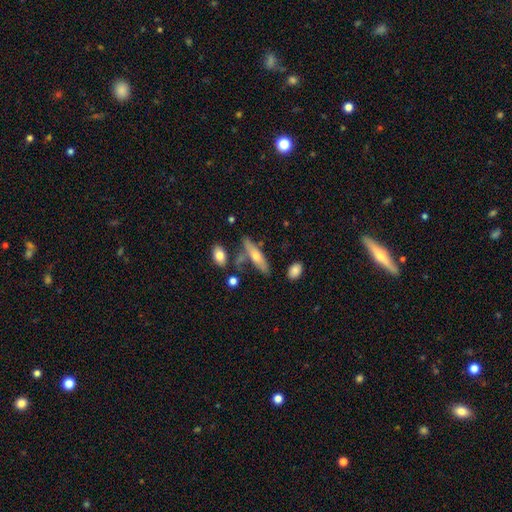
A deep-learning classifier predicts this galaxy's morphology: This appears to be a smooth galaxy with no disk features (50%) that is cigar-shaped (69%). Merging: none (64%).